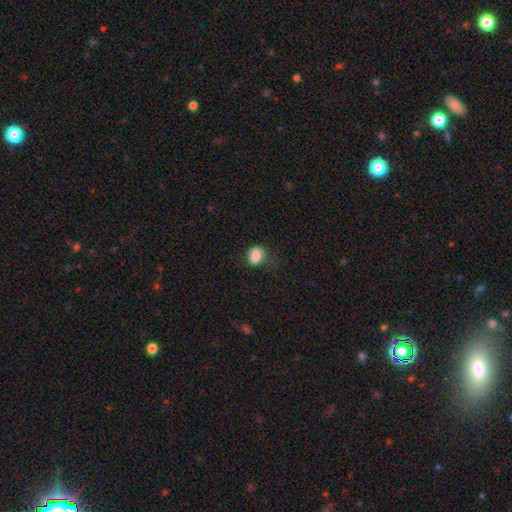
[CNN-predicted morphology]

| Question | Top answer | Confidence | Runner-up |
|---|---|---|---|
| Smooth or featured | smooth | 86% | star or artifact (9%) |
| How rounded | in between | 55% | round (44%) |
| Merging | none | 59% | minor disturbance (28%) |